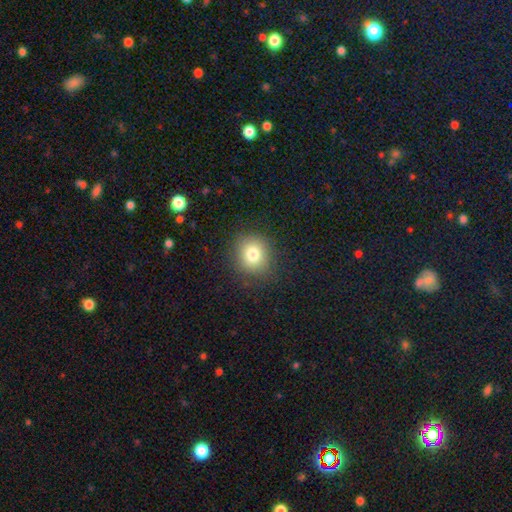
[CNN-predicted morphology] Smooth or featured?
  - smooth: 72% *
  - star or artifact: 22%
  - featured or disk: 7%
How rounded?
  - round: 89% *
  - in between: 10%
  - cigar-shaped: 1%
Merging?
  - none: 91% *
  - minor disturbance: 6%
  - major disturbance: 2%
  - merger: 1%